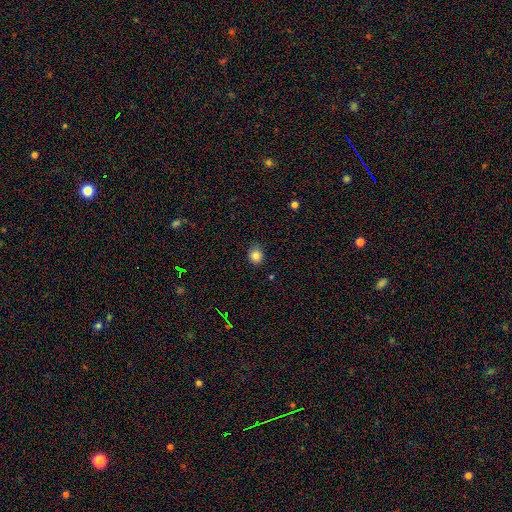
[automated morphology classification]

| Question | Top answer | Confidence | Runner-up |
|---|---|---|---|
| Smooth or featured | smooth | 84% | star or artifact (12%) |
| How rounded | round | 82% | in between (17%) |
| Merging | none | 87% | minor disturbance (10%) |